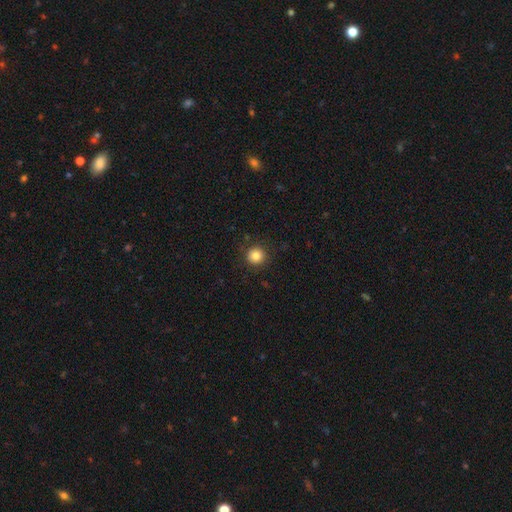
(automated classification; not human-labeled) A smooth galaxy with no disk features (83%) that is round (94%).

Vote fractions:
- Smooth or featured? smooth: 83% / star or artifact: 11% / featured or disk: 6%
- How rounded? round: 94% / in between: 5% / cigar-shaped: 1%
- Merging? none: 89% / minor disturbance: 7% / major disturbance: 3% / merger: 1%